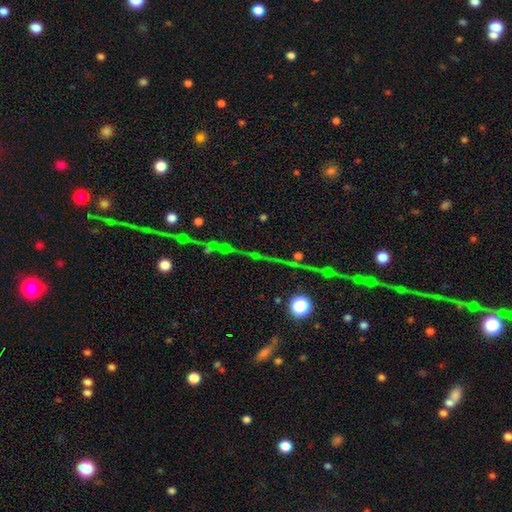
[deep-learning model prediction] Smooth or featured? Predicted: star or artifact (p=0.74).